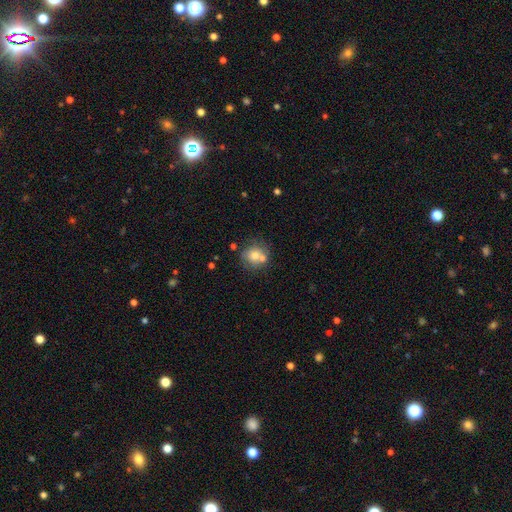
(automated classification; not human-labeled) A smooth galaxy with no disk features (69%) that is round (83%). Merging: none (53%).